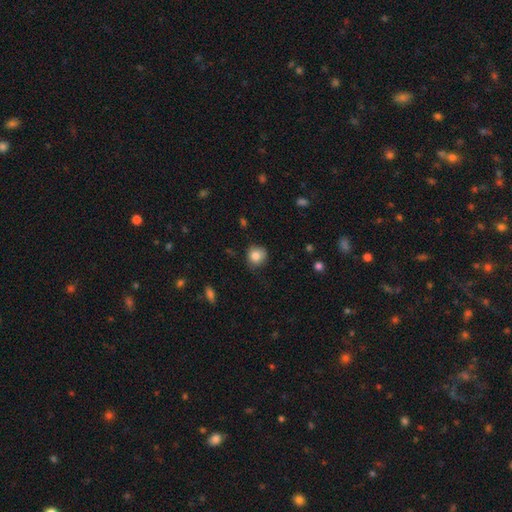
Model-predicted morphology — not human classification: Smooth or featured? Predicted: smooth (p=0.84). How rounded? Predicted: round (p=0.86). Merging? Predicted: none (p=0.75).